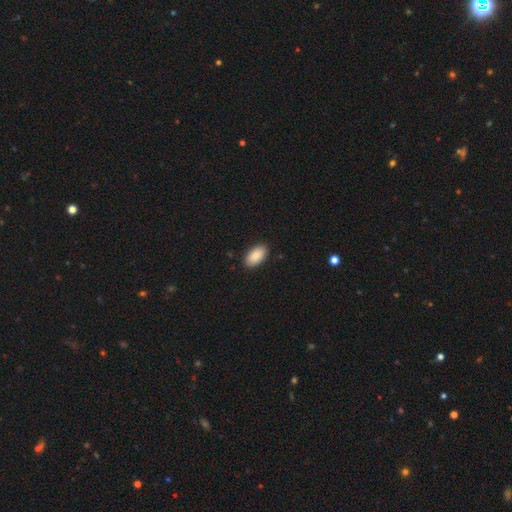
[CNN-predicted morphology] type=smooth (89%); roundness=in between (95%); merging=none (89%).